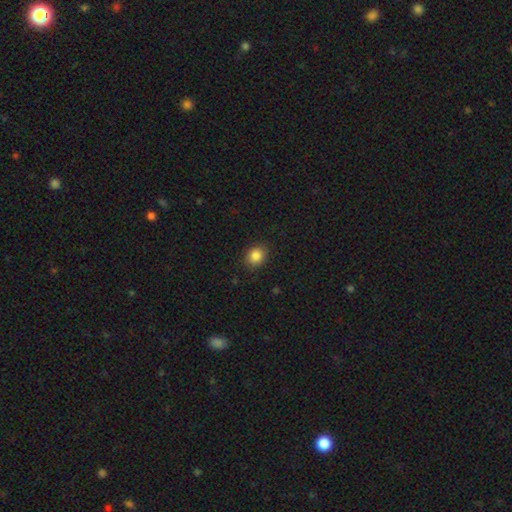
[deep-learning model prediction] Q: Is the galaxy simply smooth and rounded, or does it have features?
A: smooth — 86%.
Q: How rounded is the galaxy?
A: round — 59%.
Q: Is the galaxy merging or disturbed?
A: none — 87%.